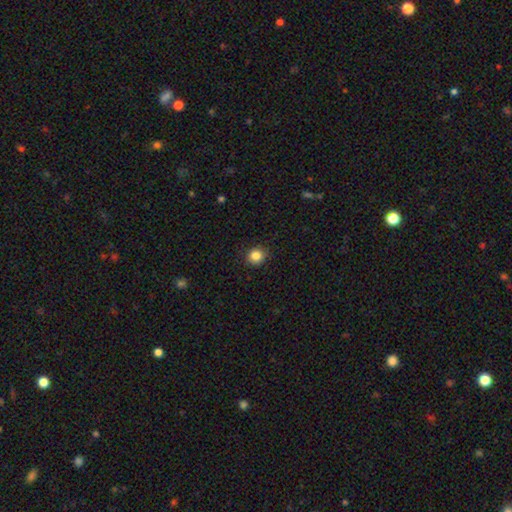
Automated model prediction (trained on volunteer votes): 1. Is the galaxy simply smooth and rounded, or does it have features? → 85% smooth, 11% star or artifact, 5% featured or disk.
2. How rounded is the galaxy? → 89% round, 11% in between, 1% cigar-shaped.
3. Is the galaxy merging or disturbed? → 90% none, 7% minor disturbance, 2% major disturbance, 1% merger.